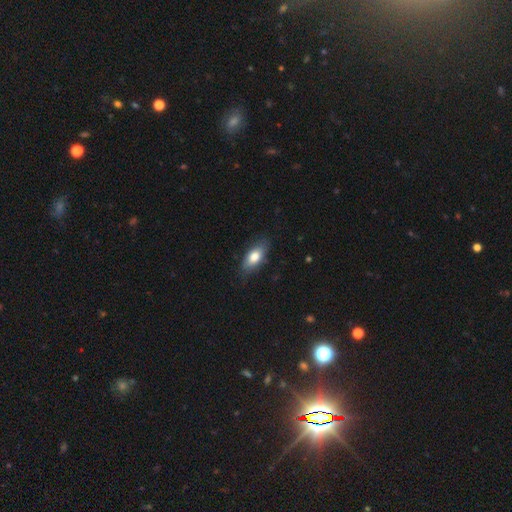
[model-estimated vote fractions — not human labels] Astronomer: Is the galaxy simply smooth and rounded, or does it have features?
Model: smooth — 74%.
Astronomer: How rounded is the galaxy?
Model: in between — 81%.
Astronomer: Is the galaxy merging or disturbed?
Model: none — 80%.